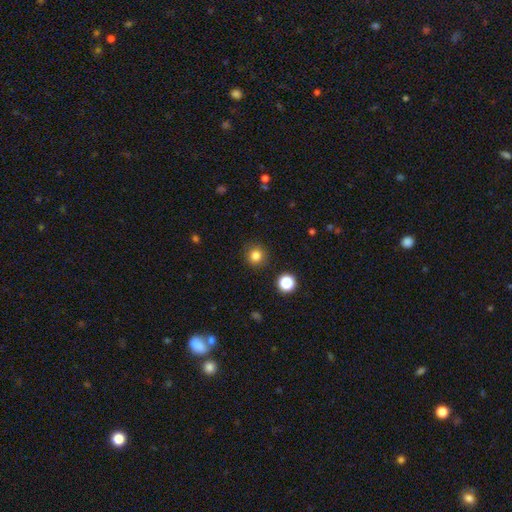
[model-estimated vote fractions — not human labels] smooth_or_featured: smooth (p=0.82) [alt: star or artifact p=0.13]
how_rounded: round (p=0.91) [alt: in between p=0.08]
merging: none (p=0.89) [alt: minor disturbance p=0.07]